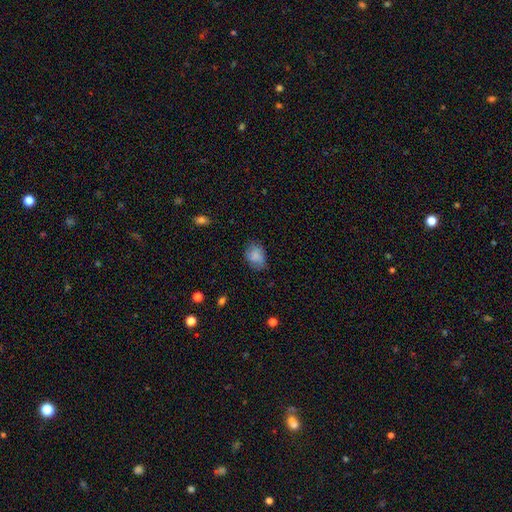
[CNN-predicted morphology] Smooth or featured? smooth (76%)
How rounded? in between (72%)
Merging? none (68%)